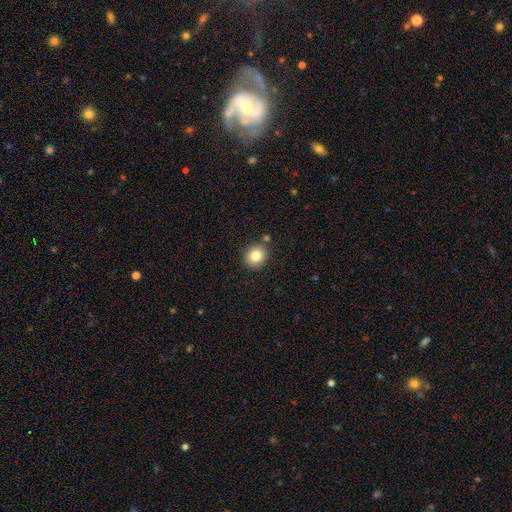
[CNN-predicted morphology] smooth-or-featured: smooth: 83% | star or artifact: 10% | featured or disk: 7%
  how-rounded: round: 85% | in between: 14% | cigar-shaped: 1%
  merging: none: 85% | minor disturbance: 8% | merger: 5% | major disturbance: 2%